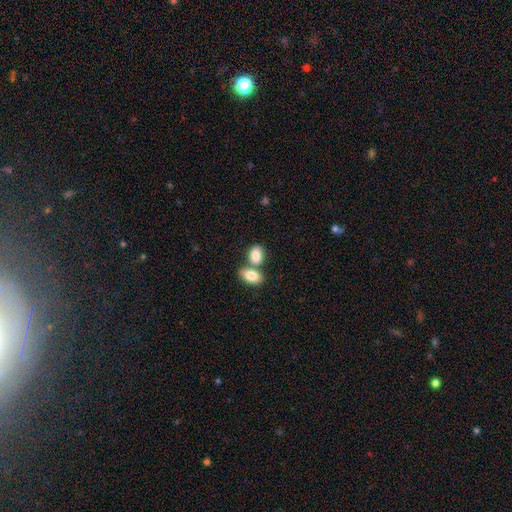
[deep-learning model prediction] A smooth galaxy with no disk features (84%) that is in between round and cigar-shaped (82%).

Vote fractions:
- Smooth or featured? smooth: 84% / featured or disk: 9% / star or artifact: 7%
- How rounded? in between: 82% / round: 16% / cigar-shaped: 2%
- Merging? merger: 50% / none: 38% / minor disturbance: 9% / major disturbance: 3%